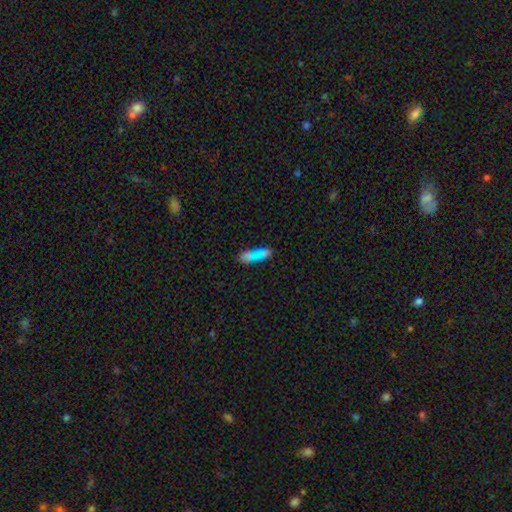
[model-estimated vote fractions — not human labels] Overall: smooth (60%; star or artifact 22%). How rounded: in between (60%; cigar-shaped 31%). Merging: none (54%; merger 23%).